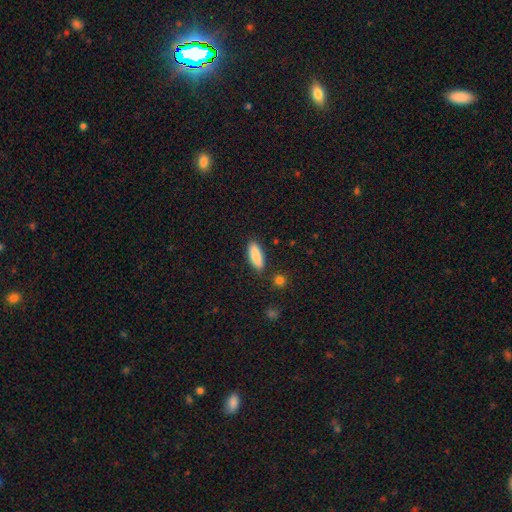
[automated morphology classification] This is clearly a smooth galaxy (88%). How rounded: likely in between (65%). Merging: clearly none (85%).